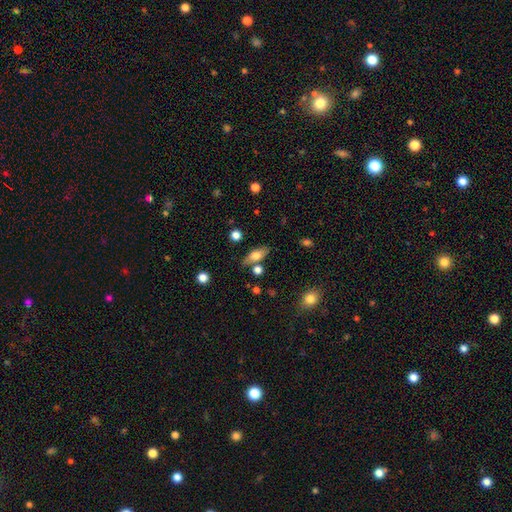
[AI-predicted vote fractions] smooth 69%, featured or disk 23%, star or artifact 8%. Down the decision tree: how rounded — in between (72%); merging — none (72%).